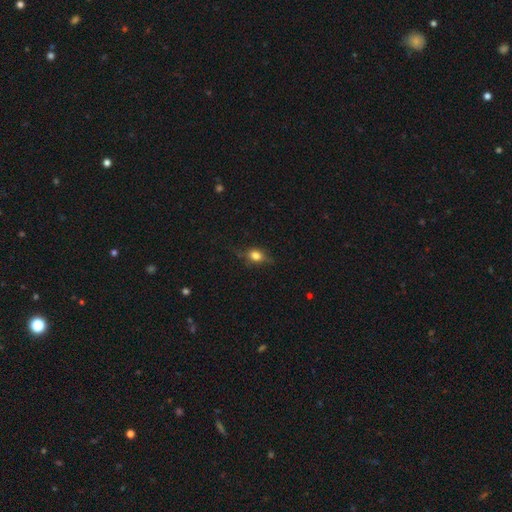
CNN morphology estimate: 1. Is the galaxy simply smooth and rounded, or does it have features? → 60% smooth, 28% featured or disk, 13% star or artifact.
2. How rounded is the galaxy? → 50% in between, 42% round, 8% cigar-shaped.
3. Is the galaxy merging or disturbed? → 69% none, 22% minor disturbance, 7% major disturbance, 1% merger.